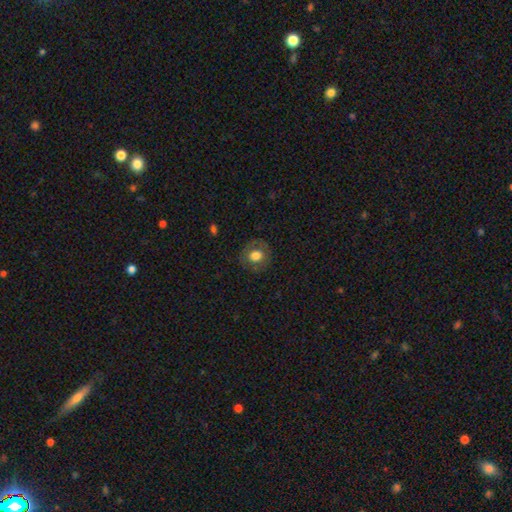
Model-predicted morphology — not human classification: Smooth or featured? smooth (68%)
How rounded? round (82%)
Merging? none (82%)